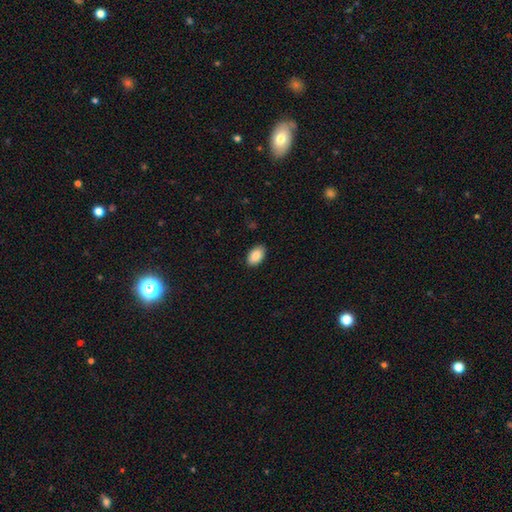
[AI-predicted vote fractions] Smooth or featured? smooth (89%)
How rounded? in between (93%)
Merging? none (88%)